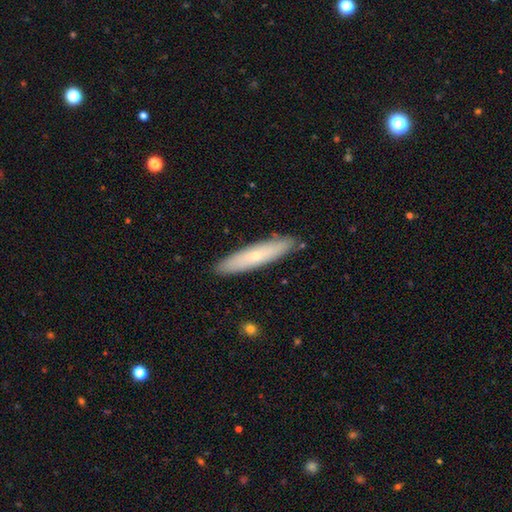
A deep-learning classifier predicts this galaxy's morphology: Overall: smooth (56%; featured or disk 38%). How rounded: cigar-shaped (87%). Merging: none (89%).